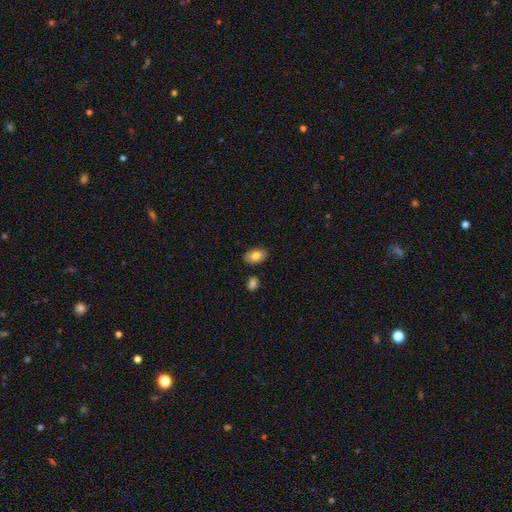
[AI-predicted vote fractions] Overall: smooth (81%). How rounded: in between (89%). Merging: none (83%).